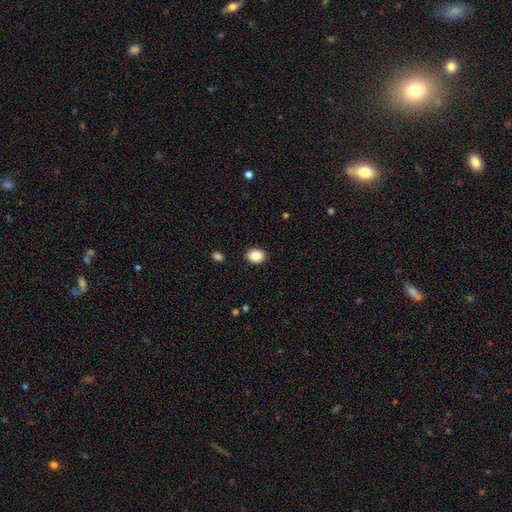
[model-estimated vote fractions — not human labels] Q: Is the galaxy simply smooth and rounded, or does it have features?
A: smooth — 86%.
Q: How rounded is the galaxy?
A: in between — 55%.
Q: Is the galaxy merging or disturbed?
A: none — 90%.